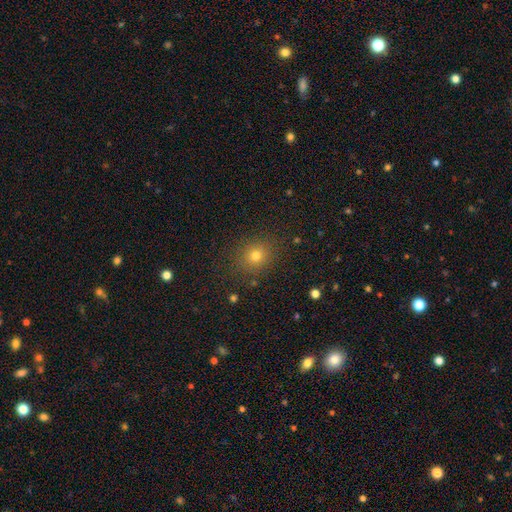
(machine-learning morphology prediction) Overall: smooth (74%). How rounded: round (78%). Merging: none (87%).